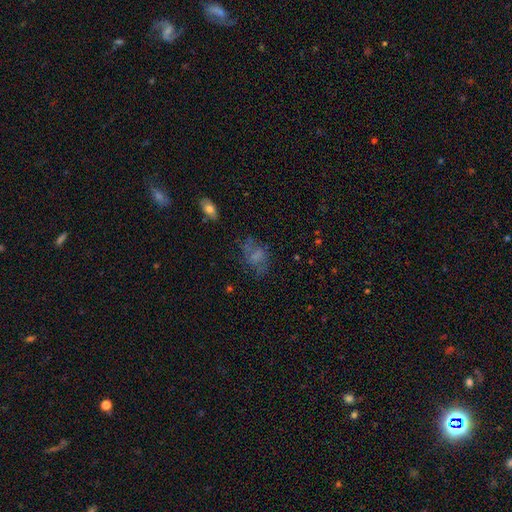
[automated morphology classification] A smooth galaxy with no disk features (47%).

Vote fractions:
- Smooth or featured? smooth: 47% / featured or disk: 35% / star or artifact: 18%
- Merging? none: 52% / major disturbance: 22% / minor disturbance: 22% / merger: 4%